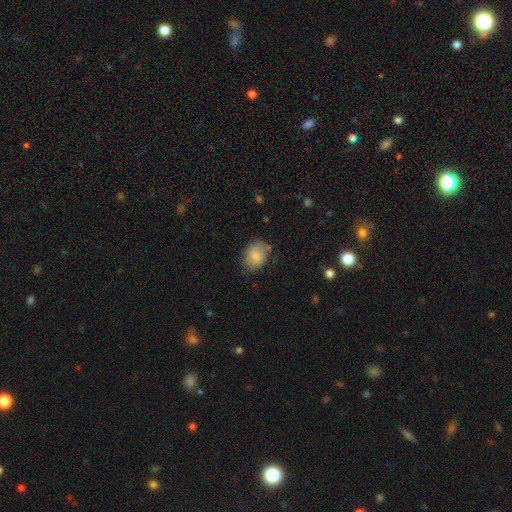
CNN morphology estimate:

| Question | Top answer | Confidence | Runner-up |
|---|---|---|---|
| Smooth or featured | smooth | 84% | featured or disk (8%) |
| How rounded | in between | 65% | round (34%) |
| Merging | none | 70% | minor disturbance (22%) |